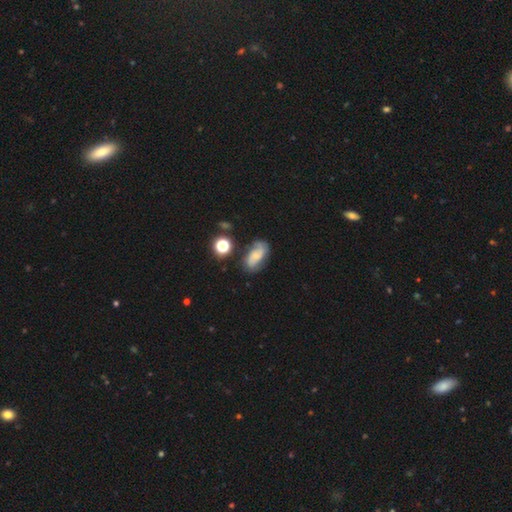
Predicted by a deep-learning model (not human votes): The model was most divided on "smooth or featured": featured or disk: 56%, smooth: 33%, star or artifact: 10%. More confident: edge-on disk — no (94%); spiral arms — yes (86%); merging — none (66%); bulge size — small (62%); bar — no (60%).